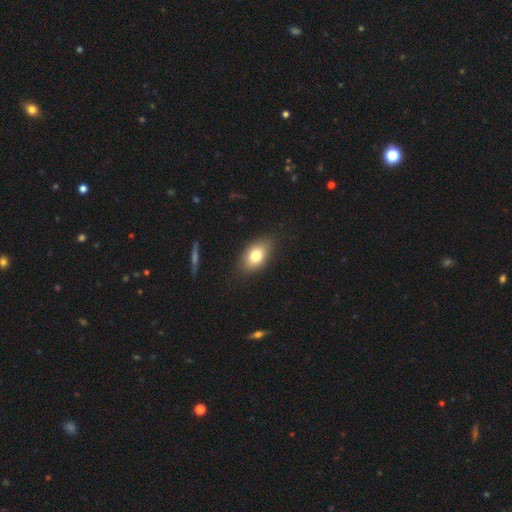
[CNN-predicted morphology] type=smooth (77%); roundness=in between (86%); merging=none (83%).